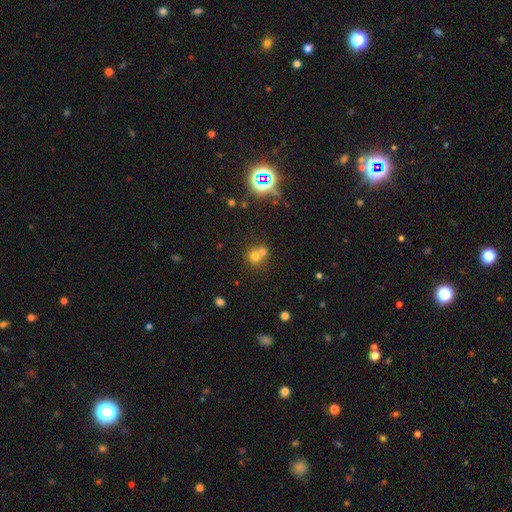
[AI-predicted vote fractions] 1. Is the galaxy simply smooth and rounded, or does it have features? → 68% smooth, 19% star or artifact, 13% featured or disk.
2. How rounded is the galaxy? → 85% round, 14% in between, 1% cigar-shaped.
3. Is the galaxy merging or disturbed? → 51% merger, 40% none, 6% minor disturbance, 3% major disturbance.